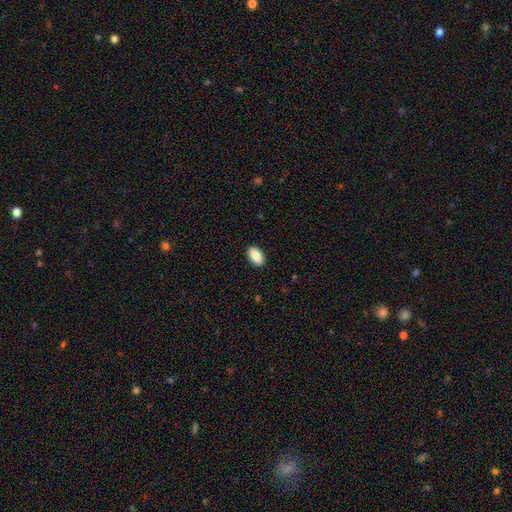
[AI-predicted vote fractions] Morphology: type=smooth (87%); roundness=in between (94%); merging=none (90%).